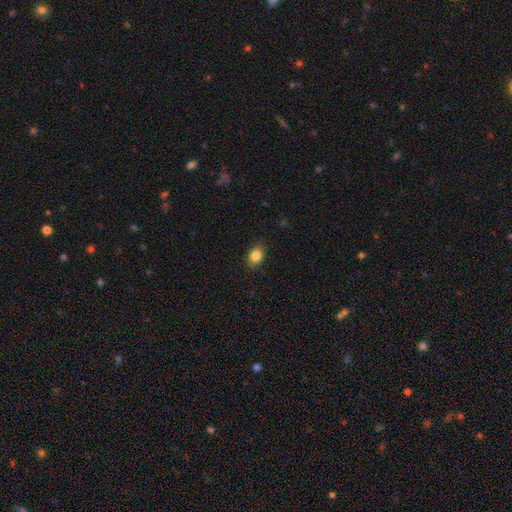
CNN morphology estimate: This is clearly a smooth galaxy (84%). How rounded: likely in between (64%). Merging: clearly none (88%).